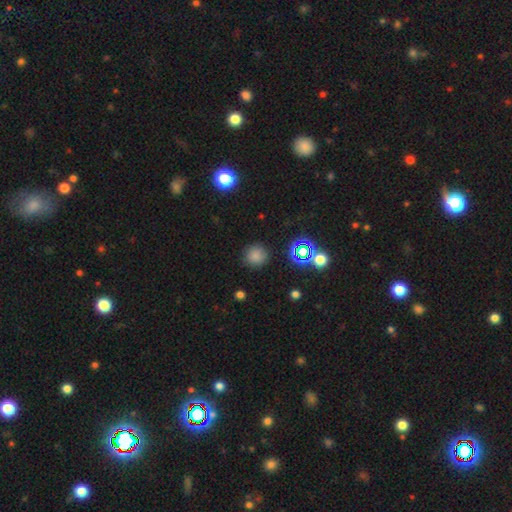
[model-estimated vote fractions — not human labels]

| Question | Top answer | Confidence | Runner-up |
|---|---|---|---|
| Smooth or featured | smooth | 75% | star or artifact (20%) |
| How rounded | round | 93% | in between (6%) |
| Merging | none | 87% | minor disturbance (8%) |